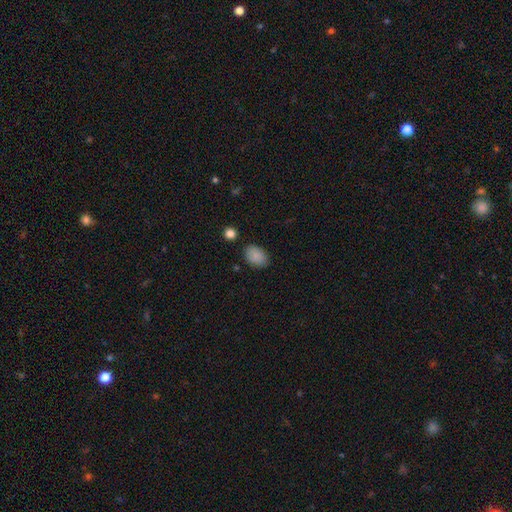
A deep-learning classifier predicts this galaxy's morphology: This is clearly a smooth galaxy (87%). How rounded: clearly in between (85%). Merging: clearly none (83%).